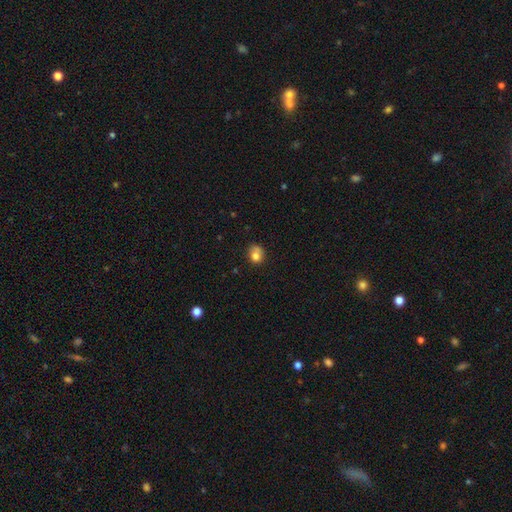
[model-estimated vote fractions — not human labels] This appears to be a smooth galaxy with no disk features (76%) that is round (69%). Merging: none (51%).